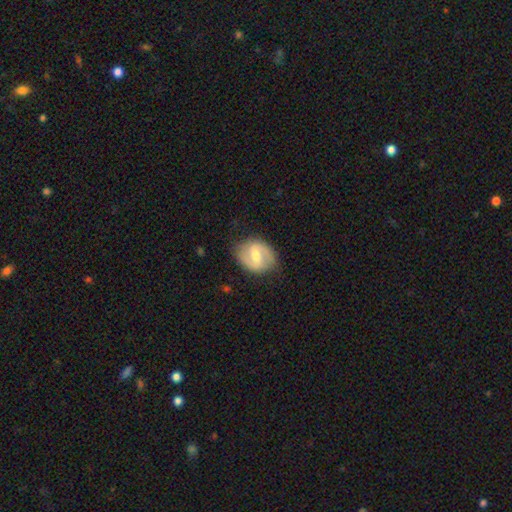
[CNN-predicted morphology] The model was most divided on "spiral winding": medium: 50%, tight: 27%, loose: 23%. More confident: edge-on disk — no (97%); spiral arm count — 2 (88%); spiral arms — yes (87%); merging — none (80%); smooth or featured — featured or disk (70%); bulge size — moderate (68%); bar — weak (55%).